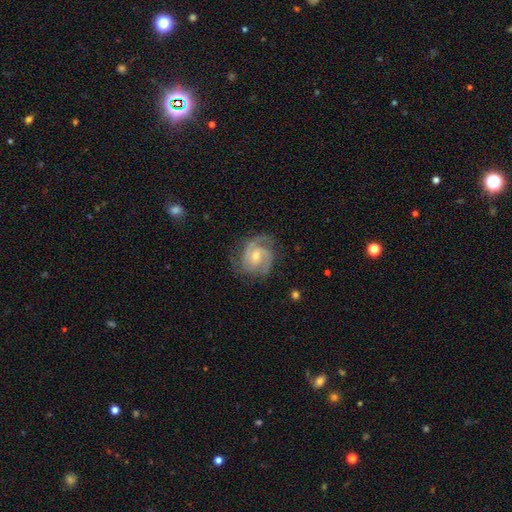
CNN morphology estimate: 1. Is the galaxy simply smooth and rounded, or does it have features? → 87% featured or disk, 8% smooth, 5% star or artifact.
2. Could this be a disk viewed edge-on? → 98% no, 2% yes.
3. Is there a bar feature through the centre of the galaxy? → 50% no, 43% weak, 8% strong.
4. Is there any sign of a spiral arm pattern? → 97% yes, 3% no.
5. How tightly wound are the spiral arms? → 49% tight, 42% medium, 9% loose.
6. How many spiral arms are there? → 52% 2, 24% 3, 12% can't tell, 5% 1, 4% 4, 3% more than 4.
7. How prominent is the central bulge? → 53% small, 43% moderate, 2% none, 2% large, 1% dominant.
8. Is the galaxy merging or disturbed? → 69% none, 20% minor disturbance, 9% major disturbance, 1% merger.